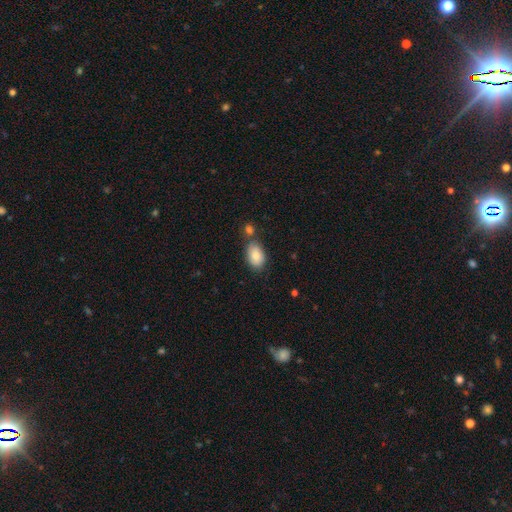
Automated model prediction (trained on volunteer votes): A smooth galaxy with no disk features (85%) that is in between round and cigar-shaped (90%).

Vote fractions:
- Smooth or featured? smooth: 85% / featured or disk: 8% / star or artifact: 7%
- How rounded? in between: 90% / round: 9% / cigar-shaped: 1%
- Merging? none: 65% / minor disturbance: 16% / merger: 15% / major disturbance: 4%